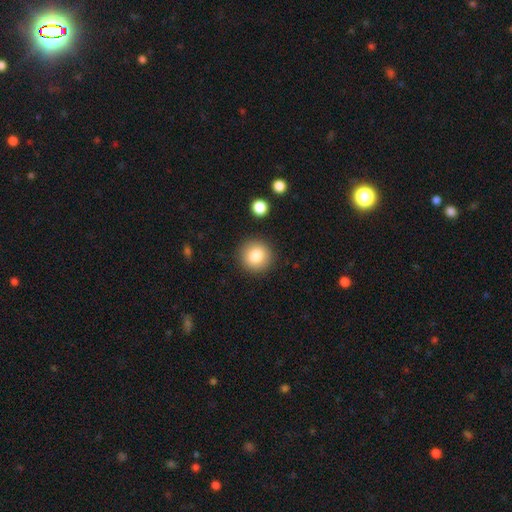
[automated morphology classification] The model was most divided on "smooth or featured": smooth: 82%, star or artifact: 9%, featured or disk: 8%. More confident: how rounded — round (93%); merging — none (90%).